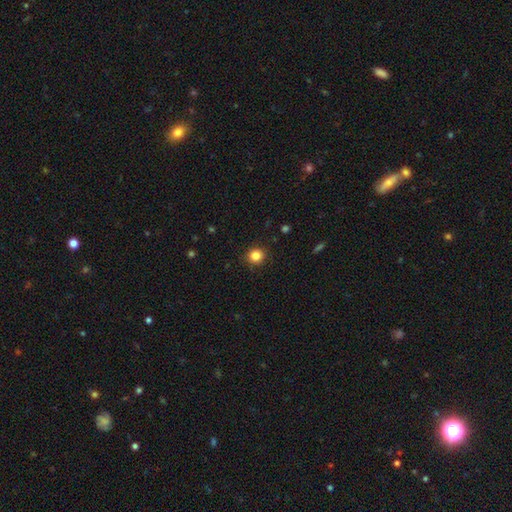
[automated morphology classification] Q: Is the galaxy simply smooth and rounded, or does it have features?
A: smooth — 84%.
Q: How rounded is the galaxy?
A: round — 90%.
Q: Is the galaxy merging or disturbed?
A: none — 90%.